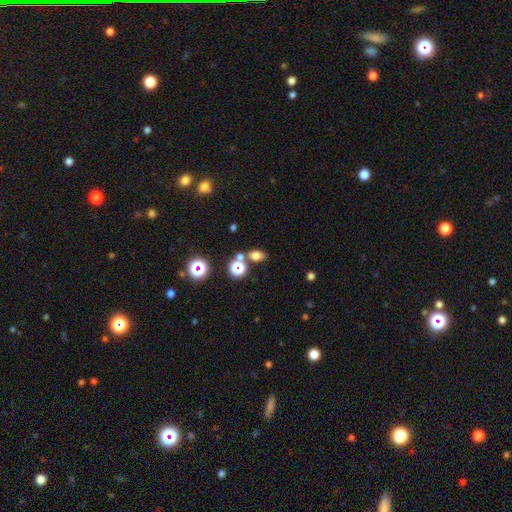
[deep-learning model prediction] A smooth galaxy with no disk features (71%) that is in between round and cigar-shaped (67%). Merging: none (69%).